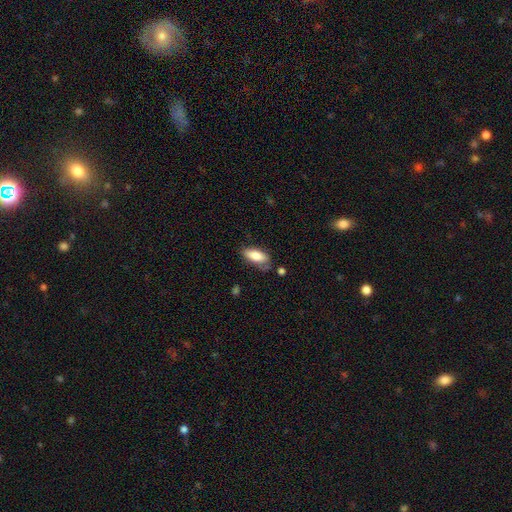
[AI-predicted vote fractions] A smooth galaxy with no disk features (78%) that is in between round and cigar-shaped (84%). Merging: none (57%).